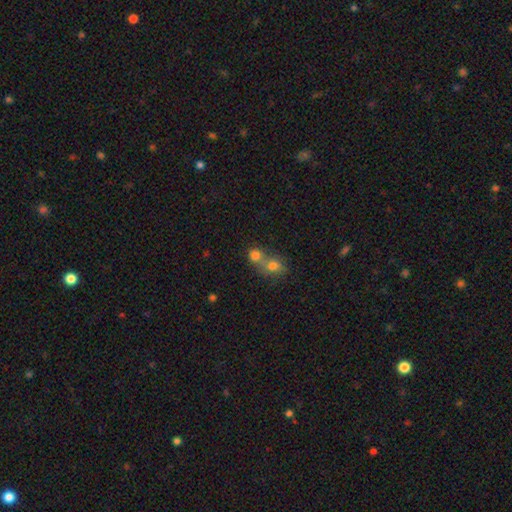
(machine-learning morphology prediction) Smooth or featured: smooth — 77% (star or artifact — 12%)
How rounded: round — 75% (in between — 24%)
Merging: merger — 59% (none — 32%)